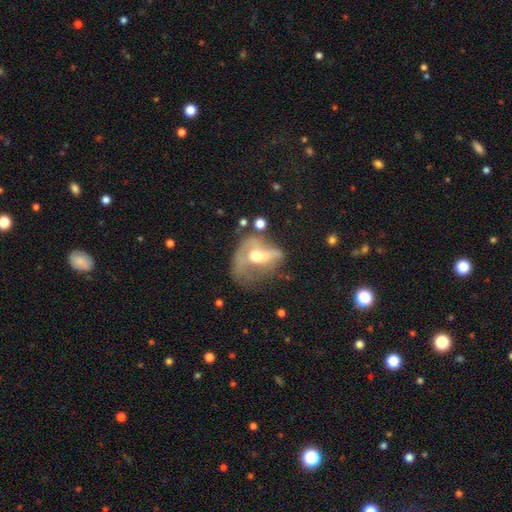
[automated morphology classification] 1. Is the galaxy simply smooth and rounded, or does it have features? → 52% featured or disk, 37% smooth, 11% star or artifact.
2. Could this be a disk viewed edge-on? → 92% no, 8% yes.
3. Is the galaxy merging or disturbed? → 46% major disturbance, 21% none, 19% minor disturbance, 14% merger.